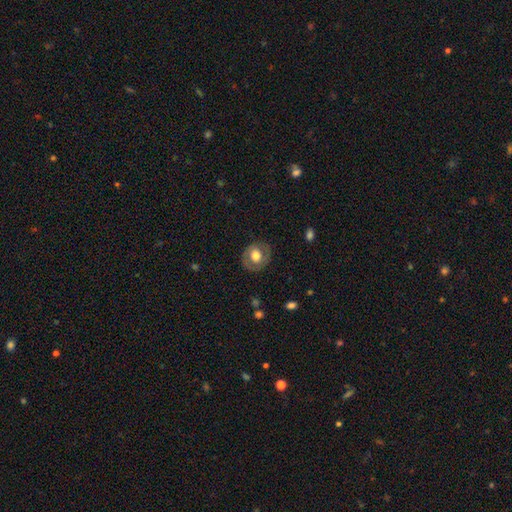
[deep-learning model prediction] Smooth or featured: smooth — 56% (featured or disk — 37%)
How rounded: round — 73% (in between — 26%)
Merging: none — 81% (minor disturbance — 13%)